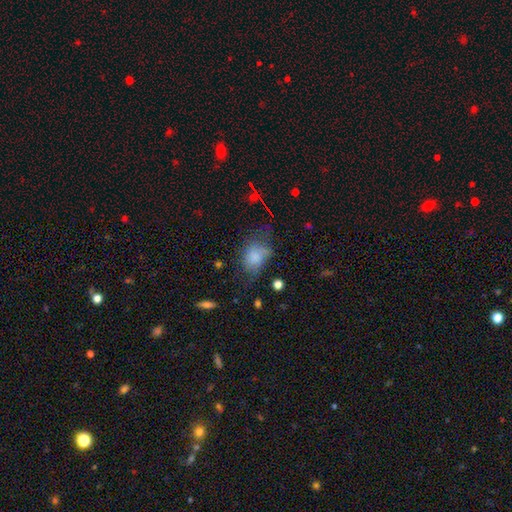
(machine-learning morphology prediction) smooth 74%, featured or disk 14%, star or artifact 12%. Down the decision tree: how rounded — in between (74%); merging — none (38%).